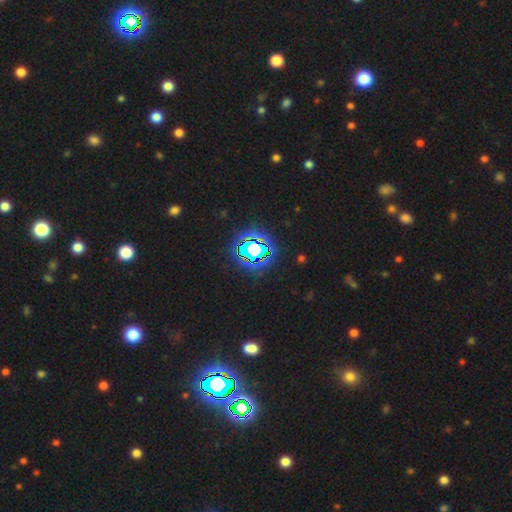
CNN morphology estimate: This appears to be a star or artifact, not a galaxy (81%).